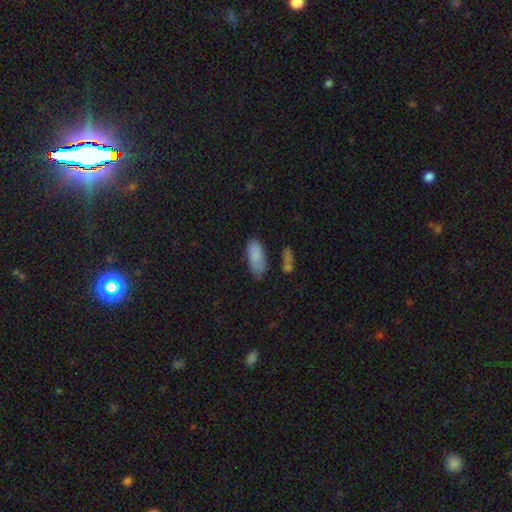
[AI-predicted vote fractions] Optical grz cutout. It shows a smooth galaxy with no disk features (85%) that is in between round and cigar-shaped (85%). Merging: none (64%).